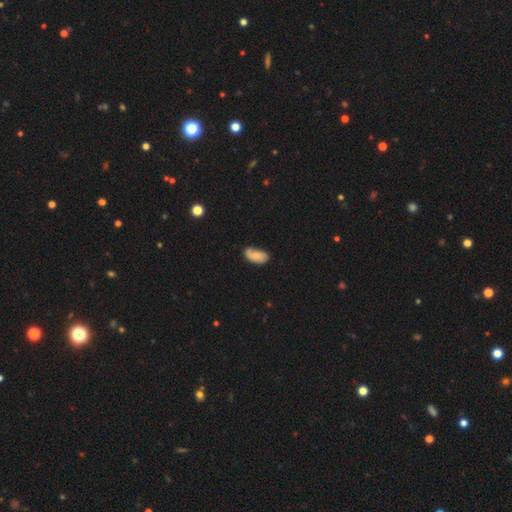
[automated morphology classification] Q: Smooth or featured?
A: smooth (70%); runner-up: featured or disk (23%)
Q: How rounded?
A: in between (93%); runner-up: round (3%)
Q: Merging?
A: none (59%); runner-up: minor disturbance (30%)